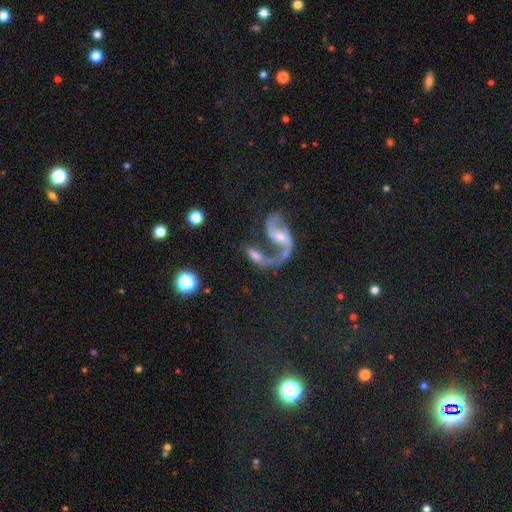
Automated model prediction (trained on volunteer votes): Overall: featured or disk (65%; smooth 25%). Edge-on disk: no (91%). Bar: no (45%; weak 37%). Spiral arms: yes (77%). Bulge size: small (43%; moderate 37%). Merging: merger (42%; none 26%).